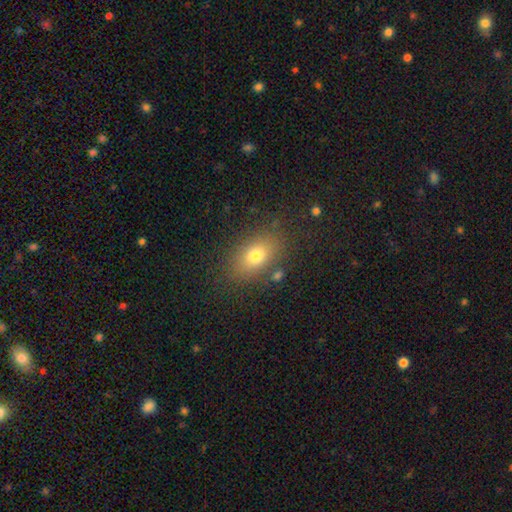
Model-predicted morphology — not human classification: This appears to be a smooth galaxy with no disk features (76%) that is in between round and cigar-shaped (81%). Merging: none (81%).